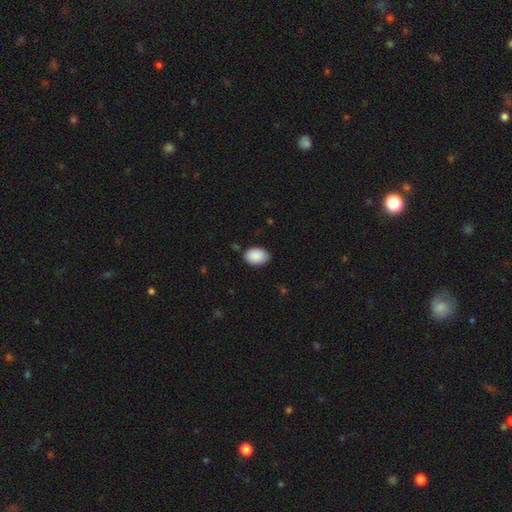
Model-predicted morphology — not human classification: Overall: smooth (90%). How rounded: in between (87%). Merging: none (80%).